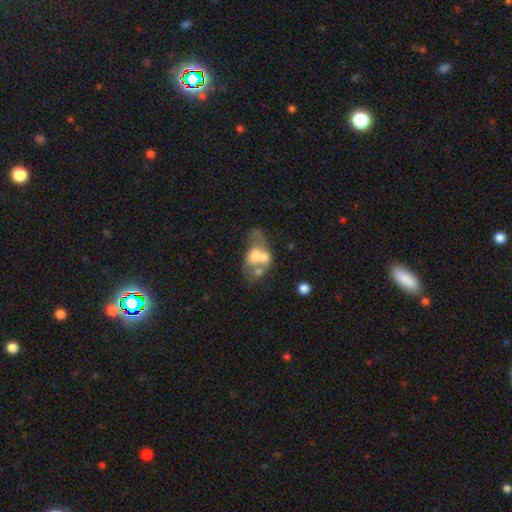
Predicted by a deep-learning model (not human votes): Q: Smooth or featured?
A: featured or disk (47%); runner-up: smooth (43%)
Q: Merging?
A: merger (61%); runner-up: major disturbance (17%)